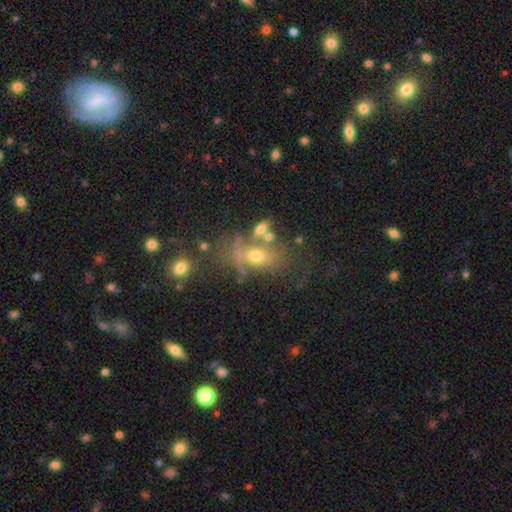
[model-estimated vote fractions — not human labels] smooth_or_featured: smooth (p=0.47) [alt: featured or disk p=0.37]
merging: none (p=0.32) [alt: merger p=0.25]